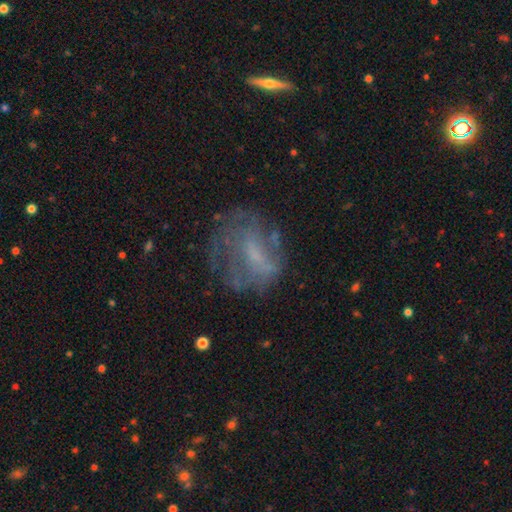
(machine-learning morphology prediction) Smooth or featured: featured or disk — 57% (smooth — 29%)
Edge-on disk: no — 96% (yes — 4%)
Bar: no — 48% (weak — 40%)
Spiral arms: no — 55% (yes — 45%)
Bulge size: none — 37% (small — 36%)
Merging: none — 57% (major disturbance — 21%)